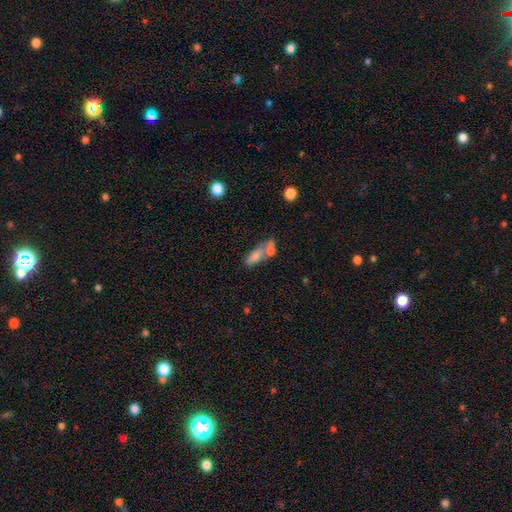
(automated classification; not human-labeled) Smooth or featured? Predicted: smooth (p=0.65). How rounded? Predicted: in between (p=0.66). Merging? Predicted: merger (p=0.43).